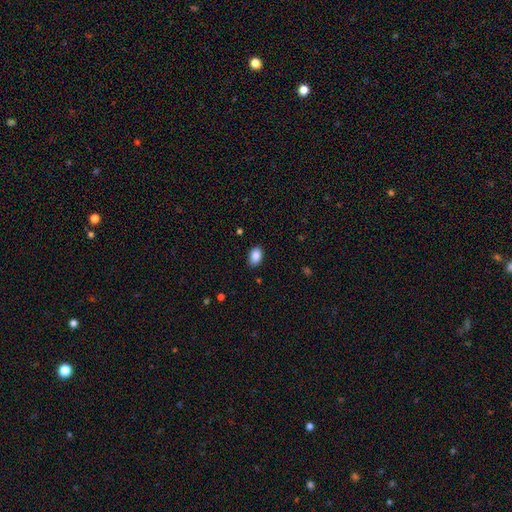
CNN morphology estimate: A smooth galaxy with no disk features (89%) that is in between round and cigar-shaped (86%).

Vote fractions:
- Smooth or featured? smooth: 89% / star or artifact: 8% / featured or disk: 4%
- How rounded? in between: 86% / round: 13% / cigar-shaped: 1%
- Merging? none: 85% / minor disturbance: 12% / major disturbance: 2% / merger: 1%